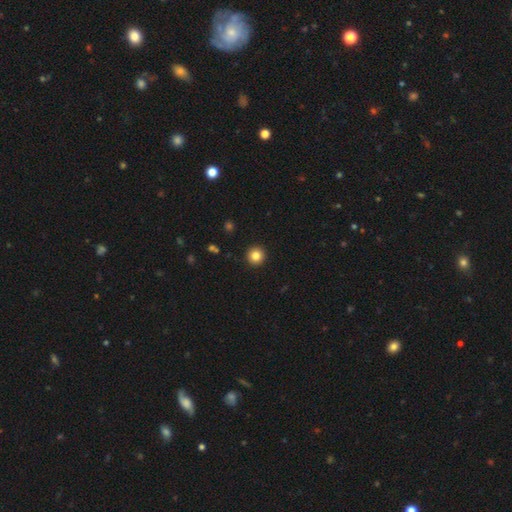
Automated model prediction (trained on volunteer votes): The model was most divided on "smooth or featured": smooth: 83%, star or artifact: 11%, featured or disk: 6%. More confident: how rounded — round (95%); merging — none (93%).